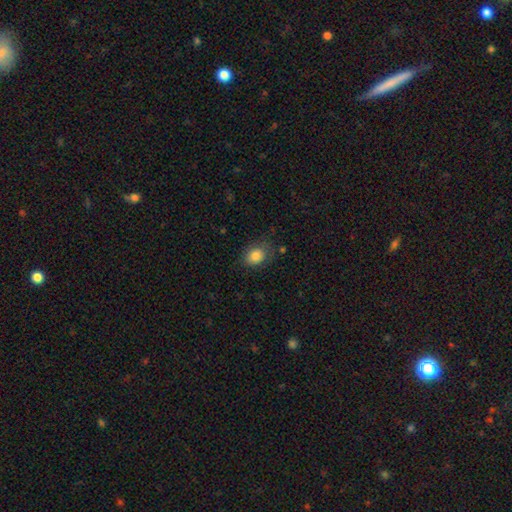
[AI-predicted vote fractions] A smooth galaxy with no disk features (83%) that is in between round and cigar-shaped (61%). Merging: none (71%).